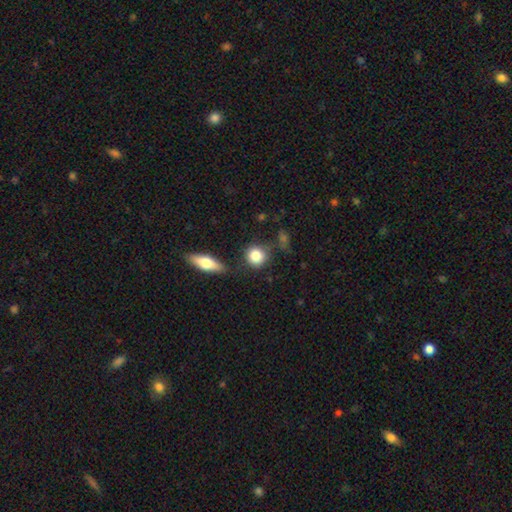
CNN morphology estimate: This is clearly a smooth galaxy (83%). How rounded: clearly round (82%). Merging: likely none (76%).